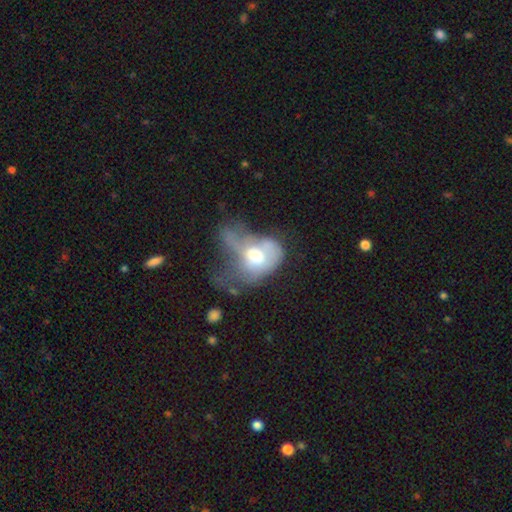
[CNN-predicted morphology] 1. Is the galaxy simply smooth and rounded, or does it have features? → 49% smooth, 42% featured or disk, 9% star or artifact.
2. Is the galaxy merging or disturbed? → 56% major disturbance, 17% merger, 15% minor disturbance, 11% none.